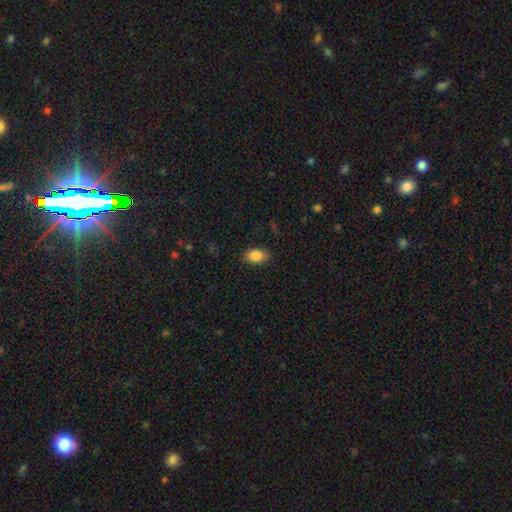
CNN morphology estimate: This is clearly a smooth galaxy (86%). How rounded: clearly in between (90%). Merging: clearly none (87%).